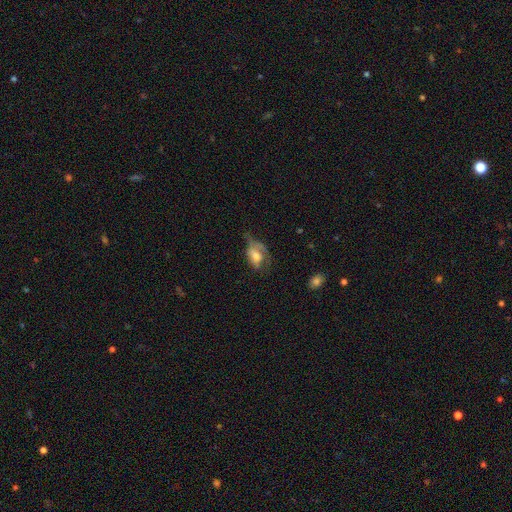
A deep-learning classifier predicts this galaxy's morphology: A smooth galaxy with no disk features (49%). Merging: major disturbance (46%).